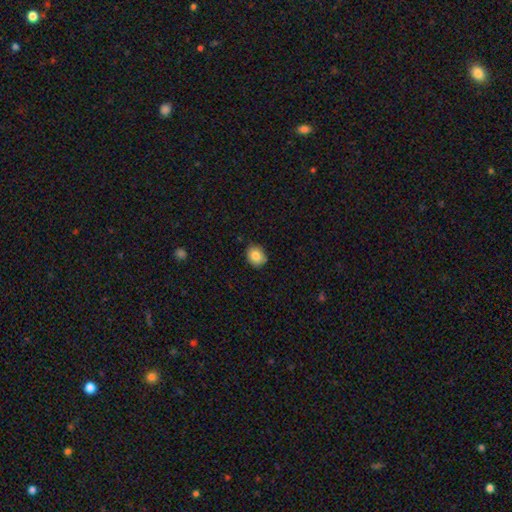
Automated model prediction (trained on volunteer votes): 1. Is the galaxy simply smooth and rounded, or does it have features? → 83% smooth, 9% star or artifact, 9% featured or disk.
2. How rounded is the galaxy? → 58% round, 41% in between, 1% cigar-shaped.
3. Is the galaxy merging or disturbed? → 83% none, 14% minor disturbance, 2% major disturbance, 1% merger.